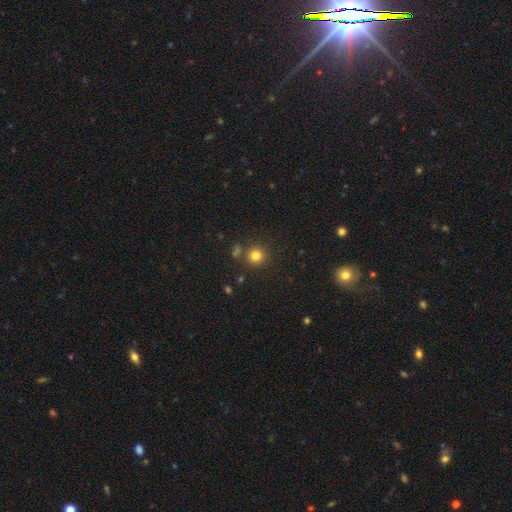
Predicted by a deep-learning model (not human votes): Q: Smooth or featured?
A: smooth (80%); runner-up: star or artifact (14%)
Q: How rounded?
A: round (93%); runner-up: in between (6%)
Q: Merging?
A: none (81%); runner-up: merger (8%)